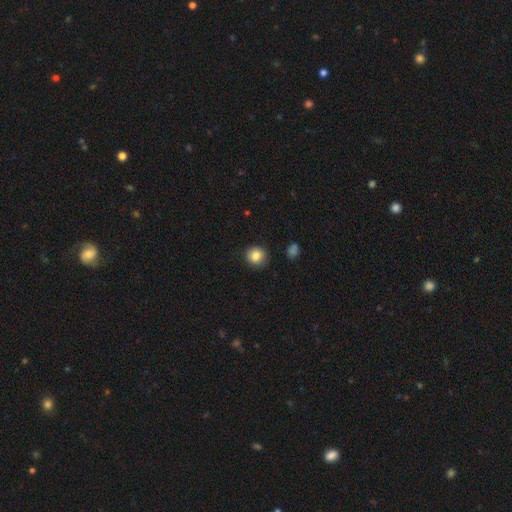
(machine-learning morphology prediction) Smooth or featured: smooth — 84% (star or artifact — 10%)
How rounded: round — 89% (in between — 10%)
Merging: none — 87% (minor disturbance — 9%)